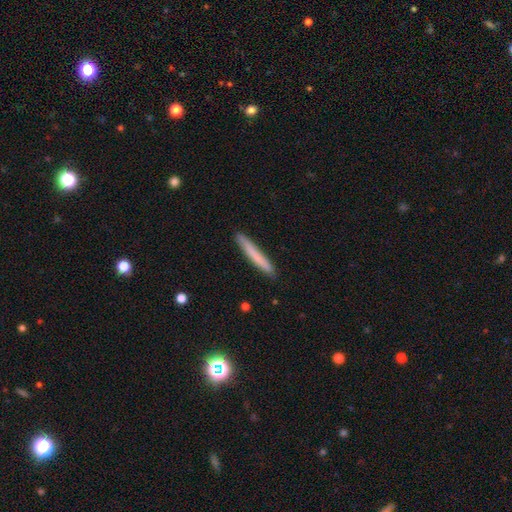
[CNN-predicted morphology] Smooth or featured? Predicted: smooth (p=0.74). How rounded? Predicted: cigar-shaped (p=0.96). Merging? Predicted: none (p=0.90).